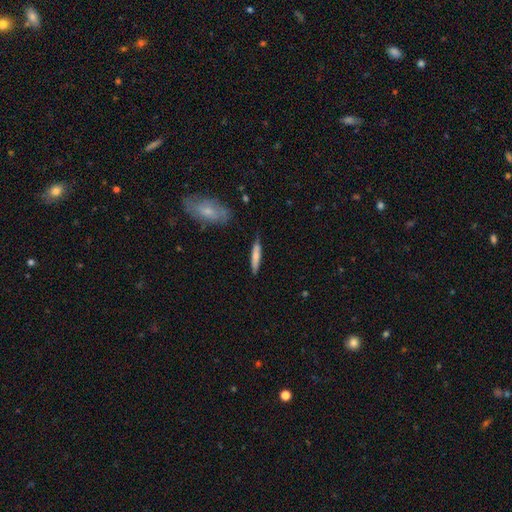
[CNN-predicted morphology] Smooth or featured? Predicted: smooth (p=0.71). How rounded? Predicted: cigar-shaped (p=0.88). Merging? Predicted: none (p=0.78).